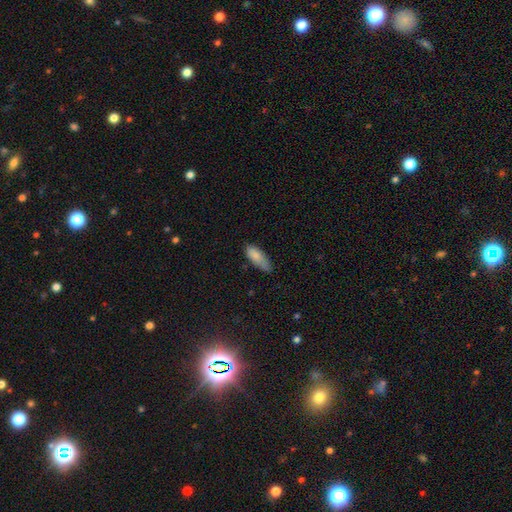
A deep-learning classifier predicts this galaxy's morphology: Smooth or featured? Predicted: smooth (p=0.83). How rounded? Predicted: in between (p=0.73). Merging? Predicted: none (p=0.55).